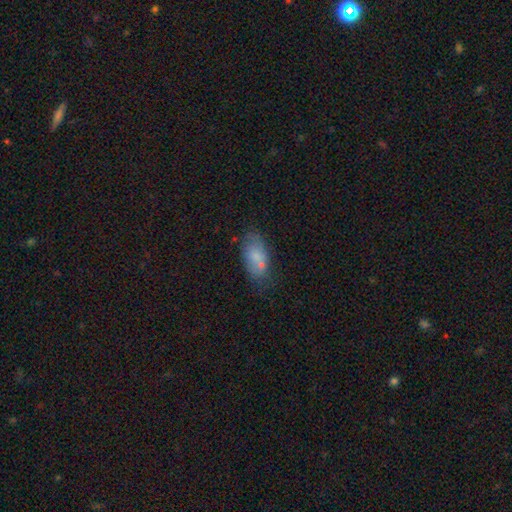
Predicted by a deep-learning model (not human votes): Q: Smooth or featured?
A: smooth (71%); runner-up: featured or disk (20%)
Q: How rounded?
A: in between (89%); runner-up: cigar-shaped (6%)
Q: Merging?
A: none (56%); runner-up: minor disturbance (20%)